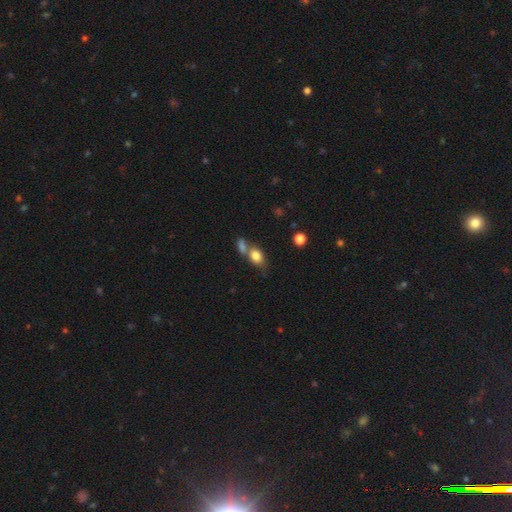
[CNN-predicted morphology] Overall: smooth (80%). How rounded: in between (72%). Merging: merger (46%; none 37%).